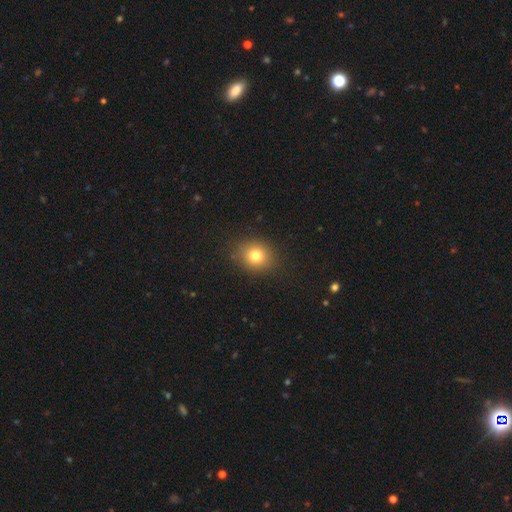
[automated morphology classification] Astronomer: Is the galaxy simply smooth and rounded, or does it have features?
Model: smooth — 78%.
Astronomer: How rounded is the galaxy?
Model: round — 72%.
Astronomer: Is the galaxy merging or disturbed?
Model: none — 87%.